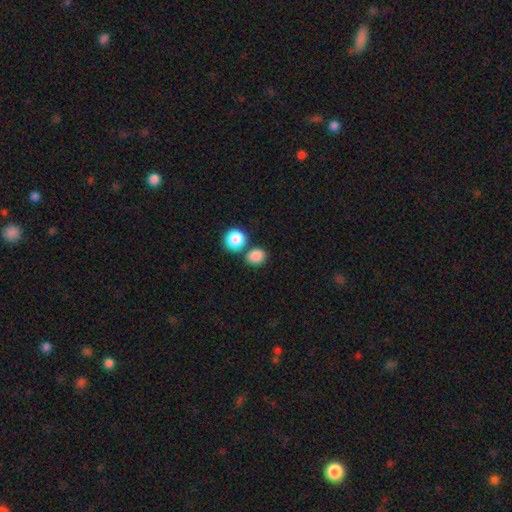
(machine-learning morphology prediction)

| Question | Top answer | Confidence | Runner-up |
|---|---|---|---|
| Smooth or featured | smooth | 86% | star or artifact (10%) |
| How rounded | round | 61% | in between (38%) |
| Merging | none | 65% | merger (23%) |